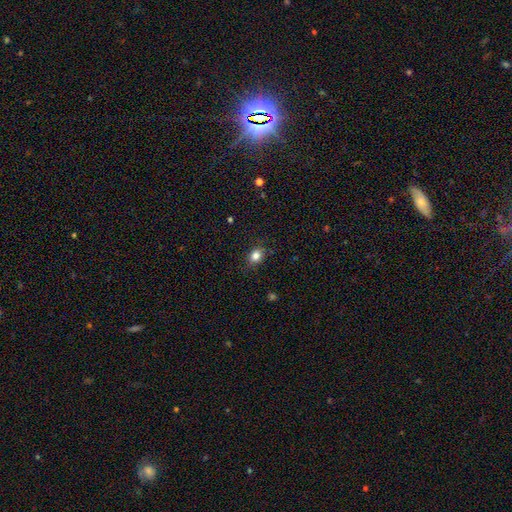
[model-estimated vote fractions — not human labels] The model was most divided on "how rounded": in between: 50%, round: 49%, cigar-shaped: 1%. More confident: merging — none (83%); smooth or featured — smooth (83%).